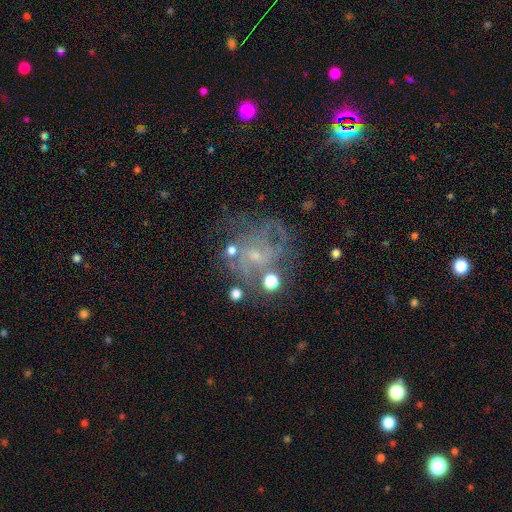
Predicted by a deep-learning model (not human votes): featured or disk 68%, star or artifact 17%, smooth 15%. Down the decision tree: edge-on disk — no (98%); bar — no (63%); spiral arms — yes (72%); bulge size — small (66%); merging — none (52%).